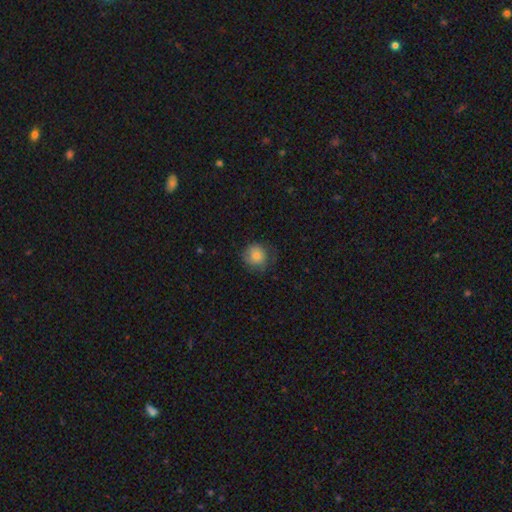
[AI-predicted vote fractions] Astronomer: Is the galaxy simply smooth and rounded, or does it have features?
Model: smooth — 77%.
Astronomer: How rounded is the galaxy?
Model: round — 86%.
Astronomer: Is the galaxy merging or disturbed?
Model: none — 67%.